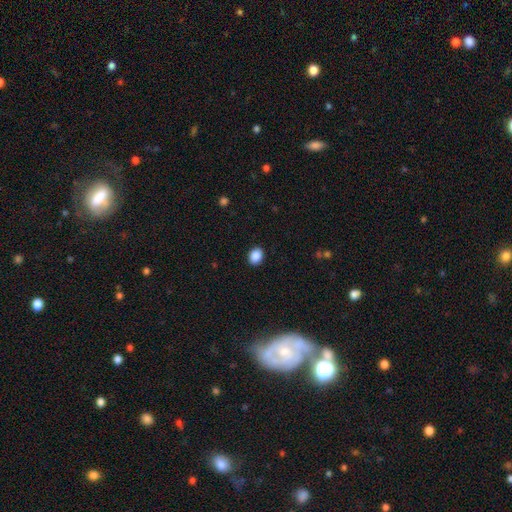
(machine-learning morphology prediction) A smooth galaxy with no disk features (89%) that is in between round and cigar-shaped (60%). Merging: none (90%).